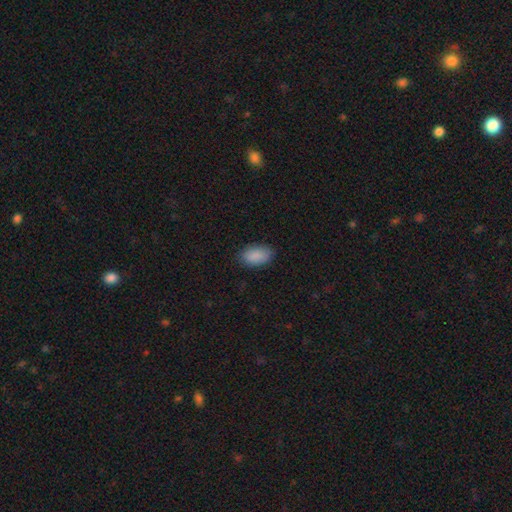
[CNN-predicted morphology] A smooth galaxy with no disk features (89%) that is in between round and cigar-shaped (93%). Merging: none (83%).